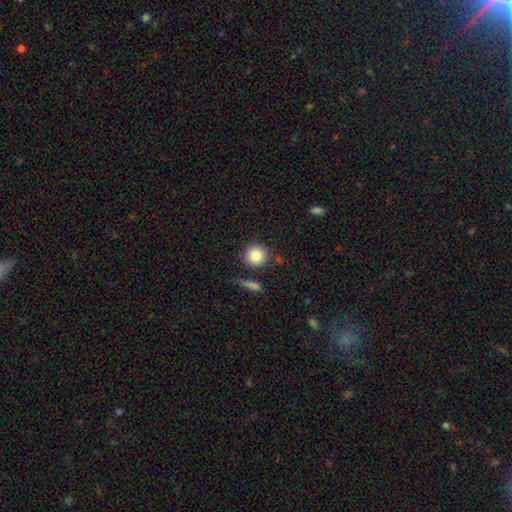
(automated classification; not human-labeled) smooth 85%, star or artifact 8%, featured or disk 7%. Down the decision tree: how rounded — round (92%); merging — none (81%).